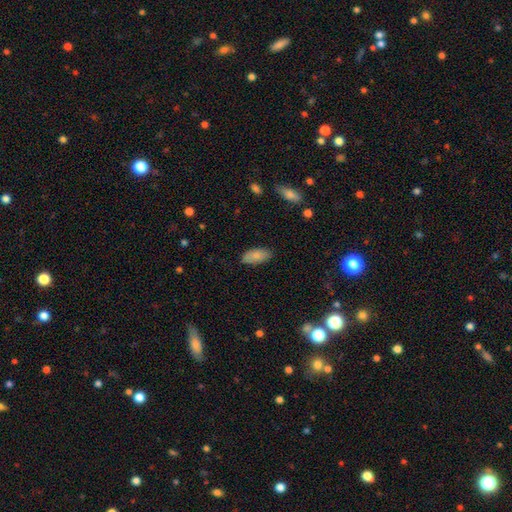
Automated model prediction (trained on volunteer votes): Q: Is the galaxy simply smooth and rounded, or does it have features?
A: smooth — 85%.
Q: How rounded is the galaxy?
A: in between — 91%.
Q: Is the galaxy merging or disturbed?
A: none — 83%.